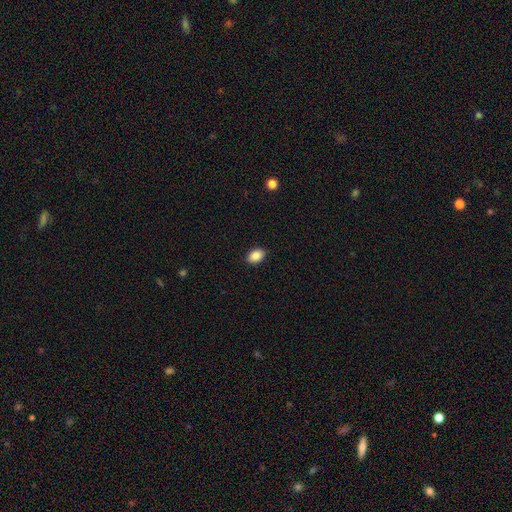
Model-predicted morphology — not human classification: A smooth galaxy with no disk features (88%) that is in between round and cigar-shaped (83%). Merging: none (90%).